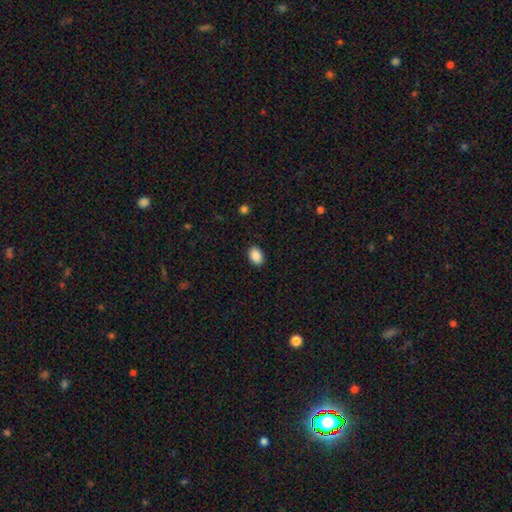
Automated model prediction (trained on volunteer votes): smooth_or_featured: smooth (p=0.89) [alt: star or artifact p=0.08]
how_rounded: in between (p=0.84) [alt: round p=0.15]
merging: none (p=0.88) [alt: minor disturbance p=0.09]